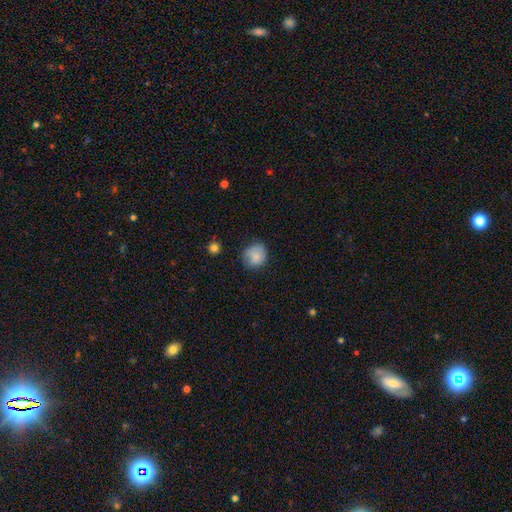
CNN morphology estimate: A smooth galaxy with no disk features (82%) that is round (73%). Merging: none (64%).